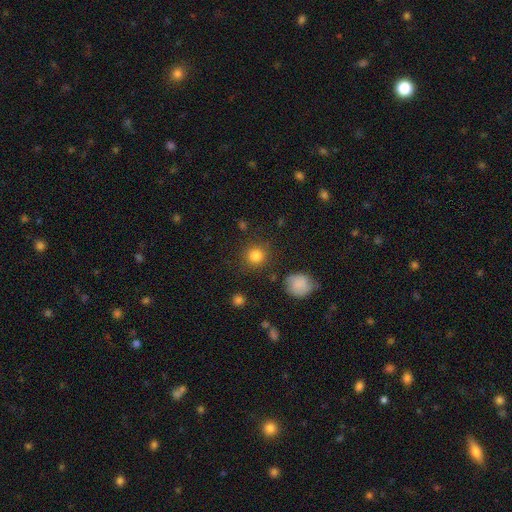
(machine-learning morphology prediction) Smooth or featured?
  - smooth: 83% *
  - star or artifact: 12%
  - featured or disk: 5%
How rounded?
  - round: 91% *
  - in between: 8%
  - cigar-shaped: 1%
Merging?
  - none: 86% *
  - minor disturbance: 8%
  - major disturbance: 3%
  - merger: 3%